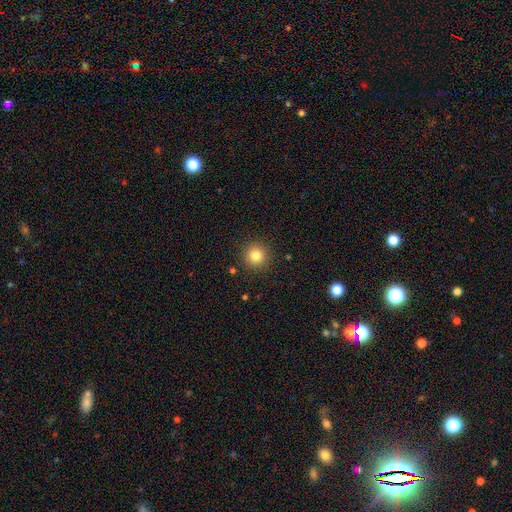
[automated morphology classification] Q: Smooth or featured?
A: smooth (82%); runner-up: star or artifact (12%)
Q: How rounded?
A: round (95%); runner-up: in between (4%)
Q: Merging?
A: none (91%); runner-up: minor disturbance (6%)